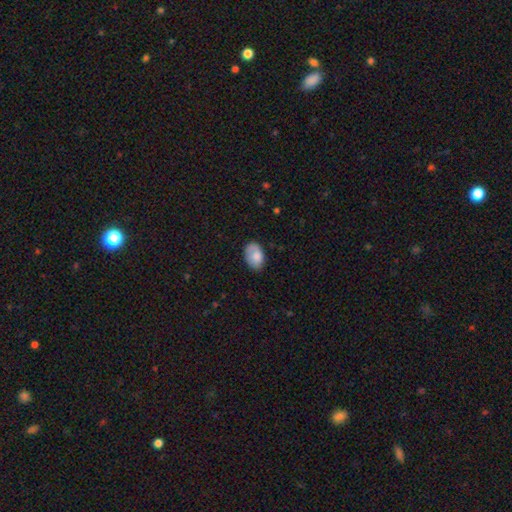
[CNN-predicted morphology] type=smooth (75%); roundness=in between (87%); merging=none (65%).